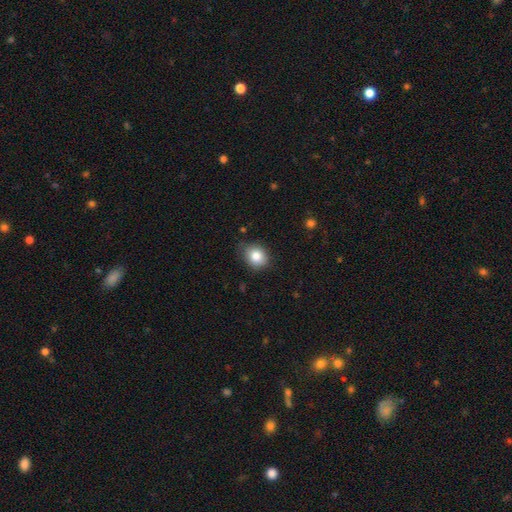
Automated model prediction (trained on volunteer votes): smooth_or_featured: smooth (p=0.83) [alt: star or artifact p=0.09]
how_rounded: round (p=0.62) [alt: in between p=0.37]
merging: none (p=0.76) [alt: minor disturbance p=0.19]